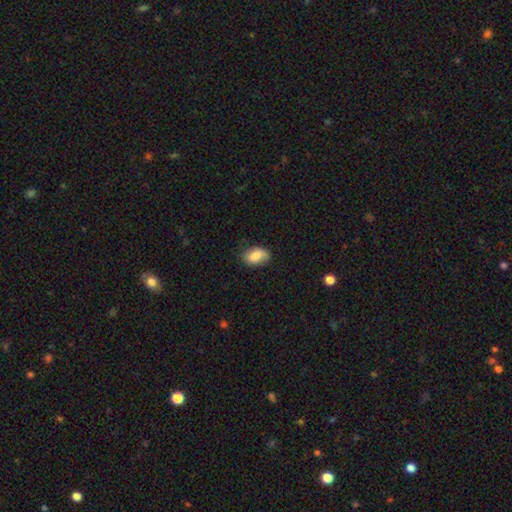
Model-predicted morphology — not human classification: A smooth galaxy with no disk features (74%) that is in between round and cigar-shaped (85%). Merging: none (67%).